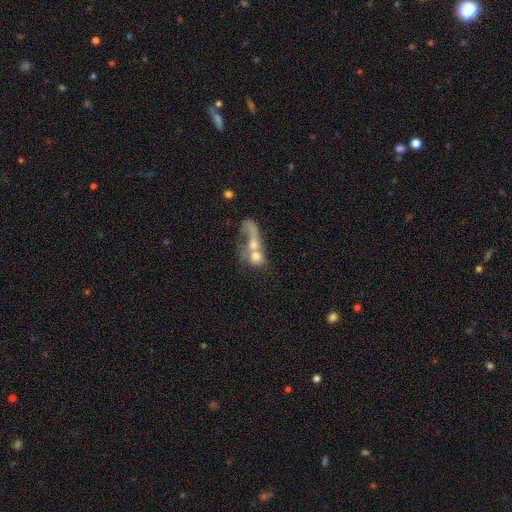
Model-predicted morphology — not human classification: Smooth or featured? smooth (51%)
How rounded? round (49%)
Merging? merger (68%)